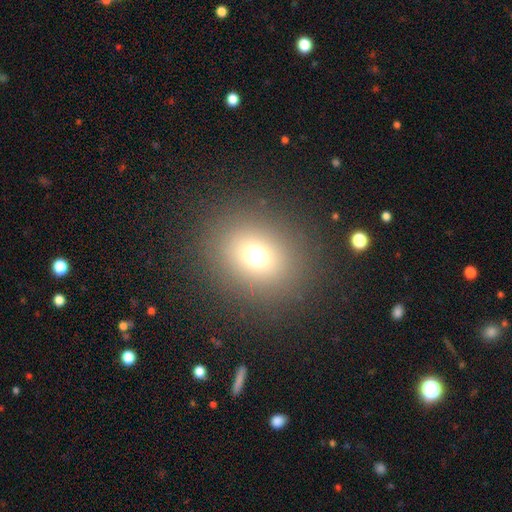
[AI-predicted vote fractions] Smooth or featured?
  - smooth: 68% *
  - star or artifact: 21%
  - featured or disk: 10%
How rounded?
  - round: 70% *
  - in between: 29%
  - cigar-shaped: 1%
Merging?
  - none: 87% *
  - minor disturbance: 7%
  - major disturbance: 5%
  - merger: 2%